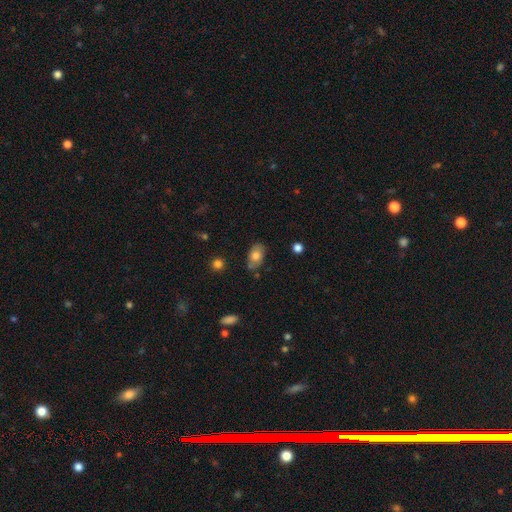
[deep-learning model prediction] A smooth galaxy with no disk features (76%) that is in between round and cigar-shaped (89%).

Vote fractions:
- Smooth or featured? smooth: 76% / featured or disk: 16% / star or artifact: 8%
- How rounded? in between: 89% / round: 9% / cigar-shaped: 2%
- Merging? none: 75% / minor disturbance: 18% / merger: 4% / major disturbance: 3%